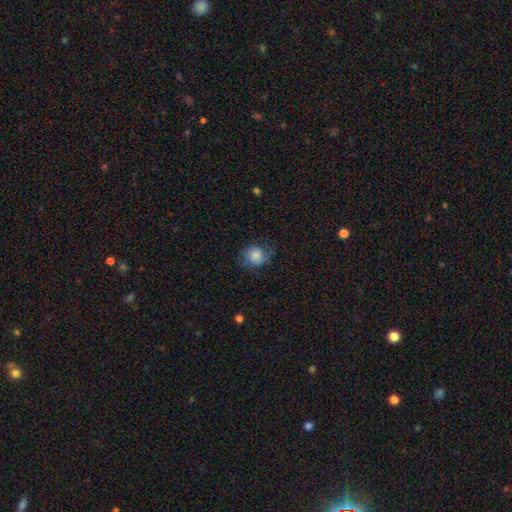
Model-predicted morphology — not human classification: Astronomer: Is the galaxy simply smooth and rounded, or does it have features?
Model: smooth — 73%.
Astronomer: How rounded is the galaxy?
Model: round — 71%.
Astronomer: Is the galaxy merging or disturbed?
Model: none — 61%.